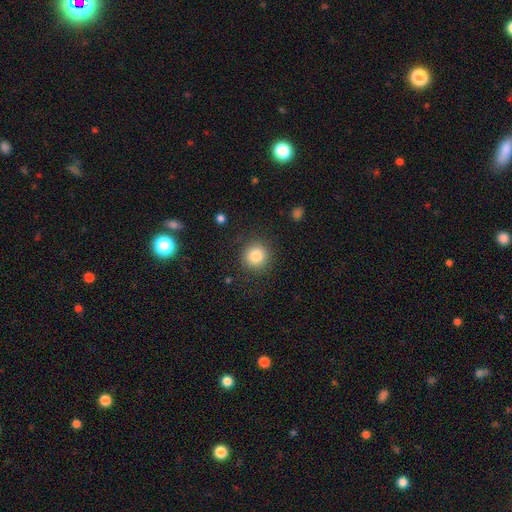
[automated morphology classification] The model was most divided on "smooth or featured": smooth: 83%, star or artifact: 10%, featured or disk: 7%. More confident: how rounded — round (93%); merging — none (88%).